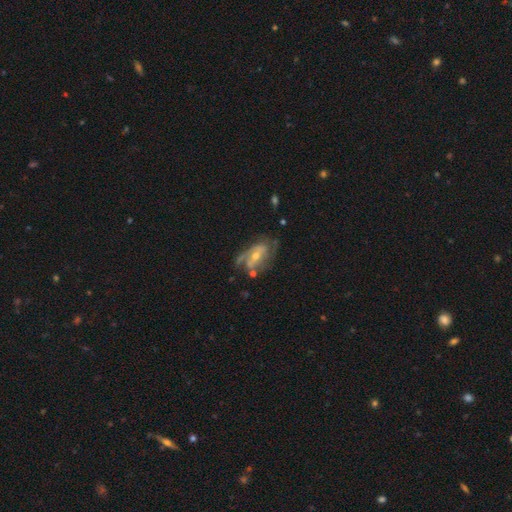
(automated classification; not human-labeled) smooth-or-featured: featured or disk: 80% | smooth: 13% | star or artifact: 7%
  disk-edge-on: no: 94% | yes: 6%
    bar: no: 40% | weak: 38% | strong: 23%
    has-spiral-arms: yes: 89% | no: 11%
      spiral-winding: medium: 43% | tight: 30% | loose: 27%
      spiral-arm-count: 2: 48% | can't tell: 20% | 3: 14% | 1: 12% | 4: 3% | more than 4: 3%
    bulge-size: moderate: 49% | small: 46% | large: 2% | none: 2% | dominant: 1%
  merging: none: 53% | minor disturbance: 23% | major disturbance: 18% | merger: 7%